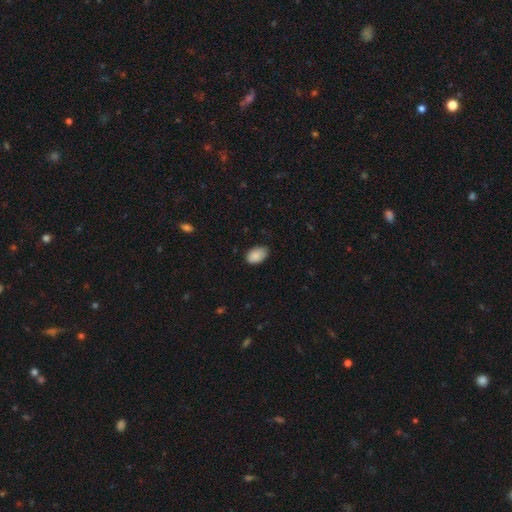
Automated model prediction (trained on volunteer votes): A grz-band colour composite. It shows a smooth galaxy with no disk features (88%) that is in between round and cigar-shaped (88%). Merging: none (70%).